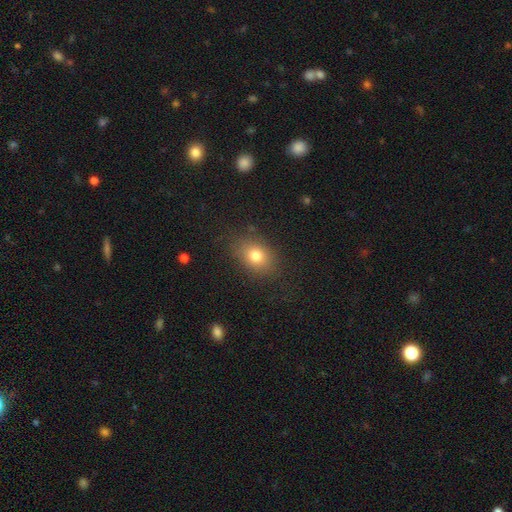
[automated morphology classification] Smooth or featured: smooth — 78% (star or artifact — 12%)
How rounded: in between — 67% (round — 31%)
Merging: none — 82% (minor disturbance — 12%)